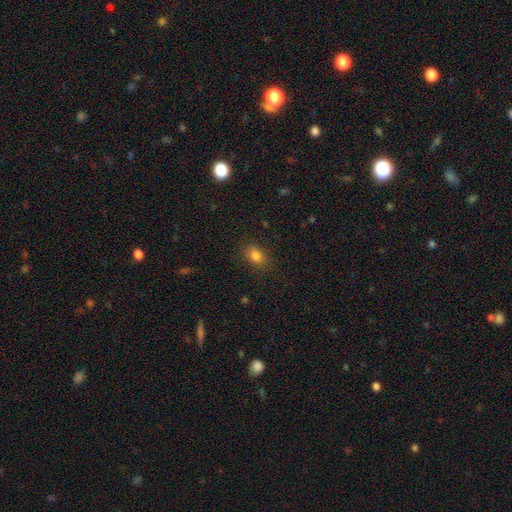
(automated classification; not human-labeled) This is clearly a smooth galaxy (81%). How rounded: likely in between (69%). Merging: clearly none (83%).